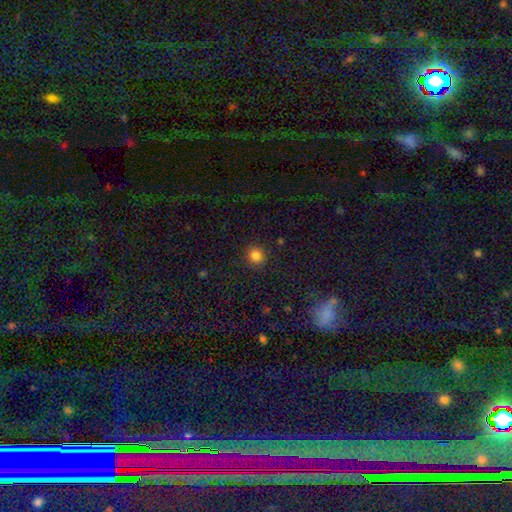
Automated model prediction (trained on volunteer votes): Smooth or featured? smooth (84%)
How rounded? round (90%)
Merging? none (91%)